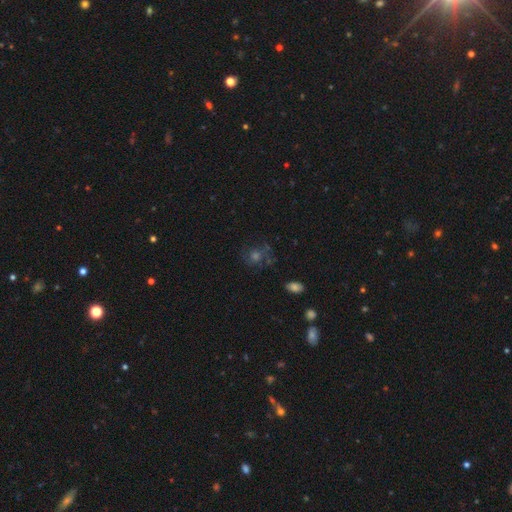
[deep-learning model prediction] Q: Smooth or featured?
A: featured or disk (37%); runner-up: smooth (33%)
Q: Merging?
A: none (68%); runner-up: minor disturbance (16%)